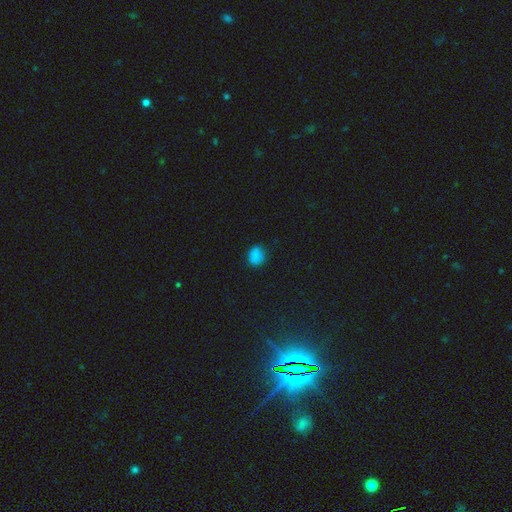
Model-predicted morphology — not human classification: Overall: smooth (80%). How rounded: round (61%; in between 38%). Merging: none (79%).